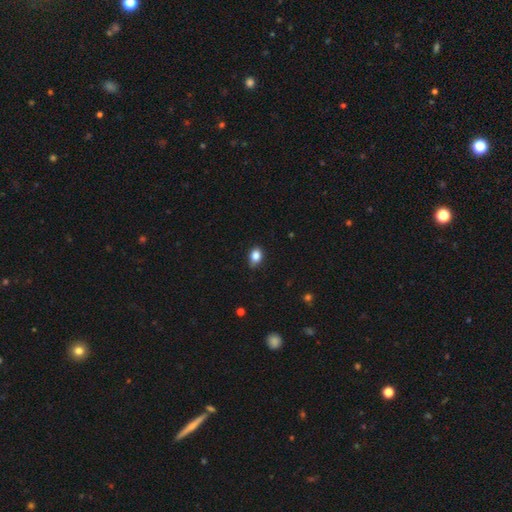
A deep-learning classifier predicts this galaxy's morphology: The model was most divided on "how rounded": in between: 71%, round: 28%, cigar-shaped: 2%. More confident: smooth or featured — smooth (85%); merging — none (73%).